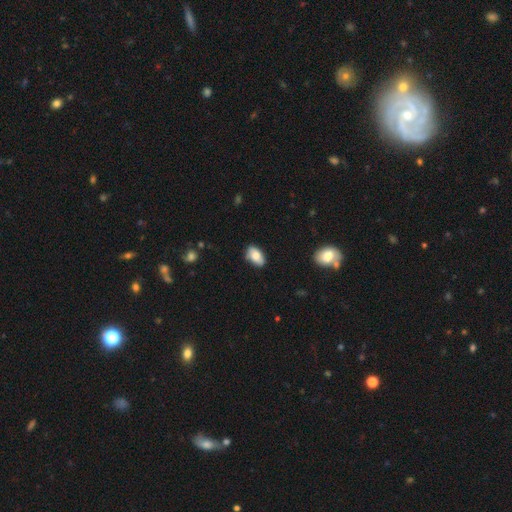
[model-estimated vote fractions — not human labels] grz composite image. It shows a smooth galaxy with no disk features (77%) that is in between round and cigar-shaped (93%). Merging: none (79%).